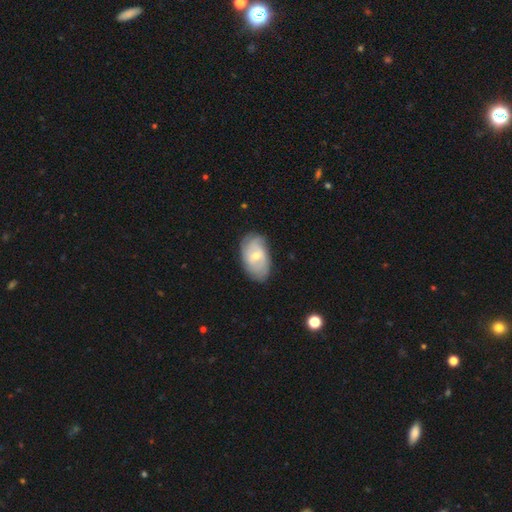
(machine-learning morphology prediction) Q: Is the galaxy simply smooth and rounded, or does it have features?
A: featured or disk — 60%.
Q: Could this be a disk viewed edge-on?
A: no — 94%.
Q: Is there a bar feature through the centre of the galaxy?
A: weak — 49%.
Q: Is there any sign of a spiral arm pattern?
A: yes — 77%.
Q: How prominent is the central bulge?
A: moderate — 50%.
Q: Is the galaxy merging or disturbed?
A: none — 74%.